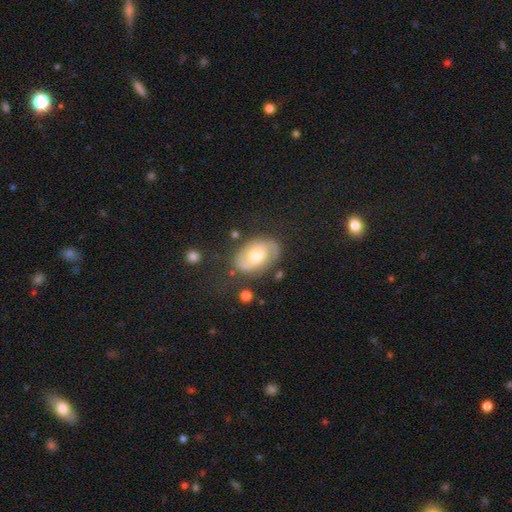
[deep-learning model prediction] smooth_or_featured: featured or disk (p=0.67) [alt: smooth p=0.26]
disk_edge_on: no (p=0.96) [alt: yes p=0.04]
bar: no (p=0.62) [alt: weak p=0.30]
has_spiral_arms: yes (p=0.78) [alt: no p=0.22]
bulge_size: moderate (p=0.69) [alt: small p=0.16]
merging: none (p=0.71) [alt: minor disturbance p=0.18]